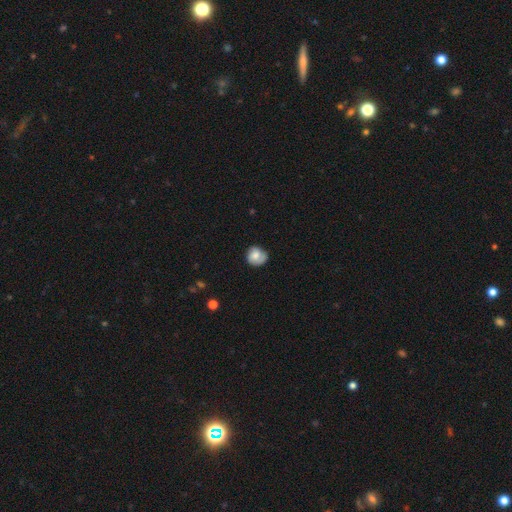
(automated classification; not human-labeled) A smooth galaxy with no disk features (64%) that is round (80%).

Vote fractions:
- Smooth or featured? smooth: 64% / featured or disk: 29% / star or artifact: 8%
- How rounded? round: 80% / in between: 19% / cigar-shaped: 1%
- Merging? none: 65% / minor disturbance: 25% / major disturbance: 8% / merger: 2%